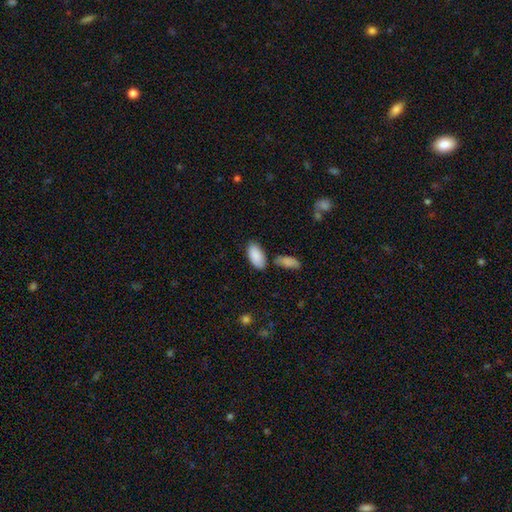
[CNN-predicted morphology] smooth 89%, star or artifact 6%, featured or disk 6%. Down the decision tree: how rounded — in between (94%); merging — none (73%).